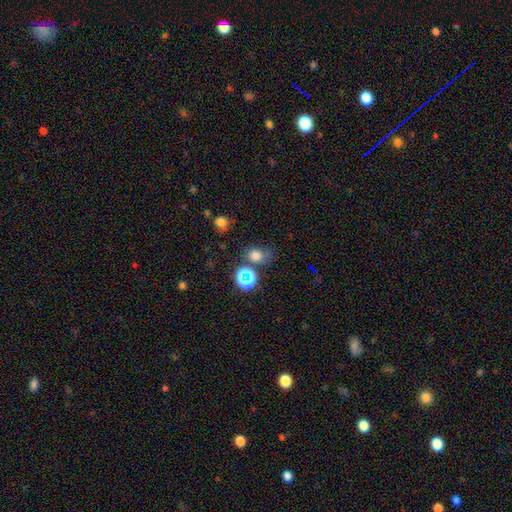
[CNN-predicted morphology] A smooth galaxy with no disk features (71%) that is round (56%).

Vote fractions:
- Smooth or featured? smooth: 71% / star or artifact: 21% / featured or disk: 8%
- How rounded? round: 56% / in between: 43% / cigar-shaped: 1%
- Merging? none: 60% / minor disturbance: 20% / merger: 11% / major disturbance: 9%